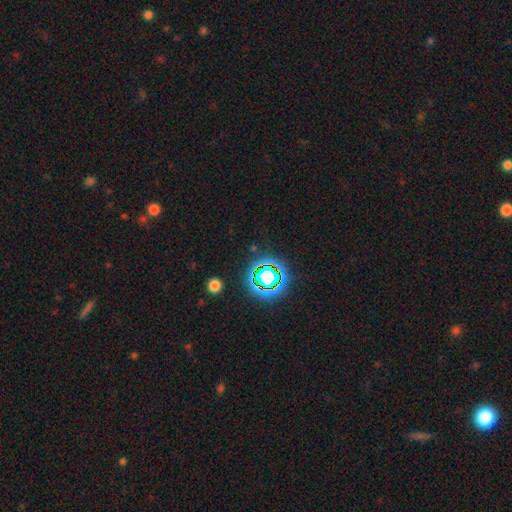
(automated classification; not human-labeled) star or artifact 80%, smooth 12%, featured or disk 8%.